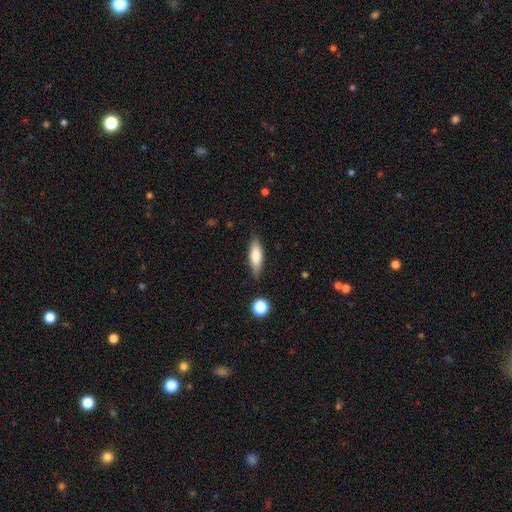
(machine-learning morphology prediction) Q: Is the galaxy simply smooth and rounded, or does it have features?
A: smooth — 73%.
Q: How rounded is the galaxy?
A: in between — 54%.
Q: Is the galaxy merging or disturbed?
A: none — 80%.